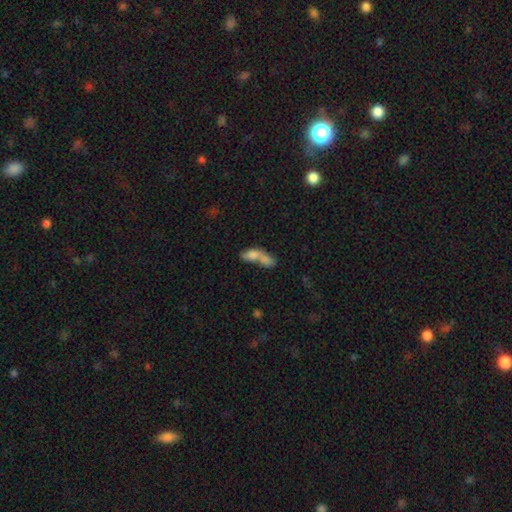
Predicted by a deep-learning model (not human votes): smooth-or-featured: smooth: 70% | featured or disk: 20% | star or artifact: 10%
  how-rounded: in between: 75% | cigar-shaped: 15% | round: 10%
  merging: merger: 74% | none: 14% | minor disturbance: 6% | major disturbance: 6%